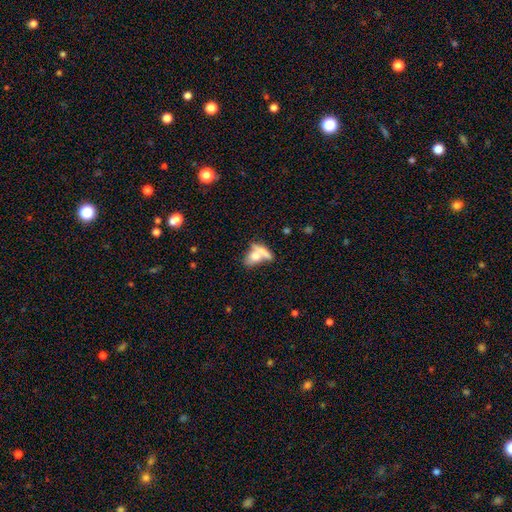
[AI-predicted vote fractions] A smooth galaxy with no disk features (67%) that is in between round and cigar-shaped (66%). Merging: merger (59%).